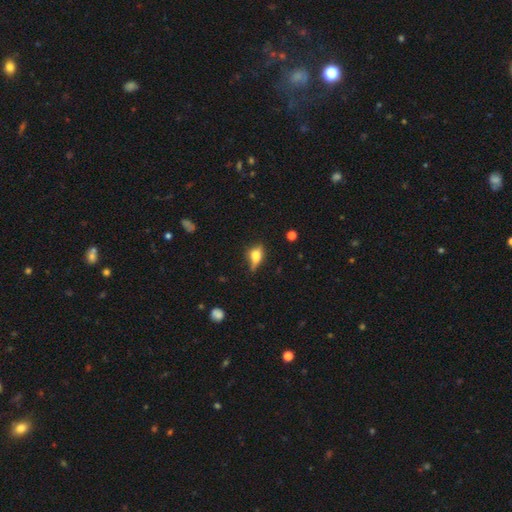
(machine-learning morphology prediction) Overall: smooth (56%; featured or disk 33%). How rounded: in between (70%). Merging: none (50%; minor disturbance 30%).